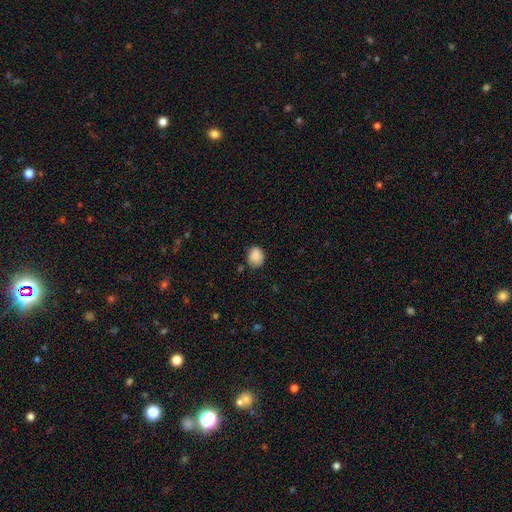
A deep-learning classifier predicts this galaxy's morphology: A smooth galaxy with no disk features (87%) that is round (52%).

Vote fractions:
- Smooth or featured? smooth: 87% / star or artifact: 9% / featured or disk: 4%
- How rounded? round: 52% / in between: 47% / cigar-shaped: 1%
- Merging? none: 69% / minor disturbance: 23% / major disturbance: 4% / merger: 3%